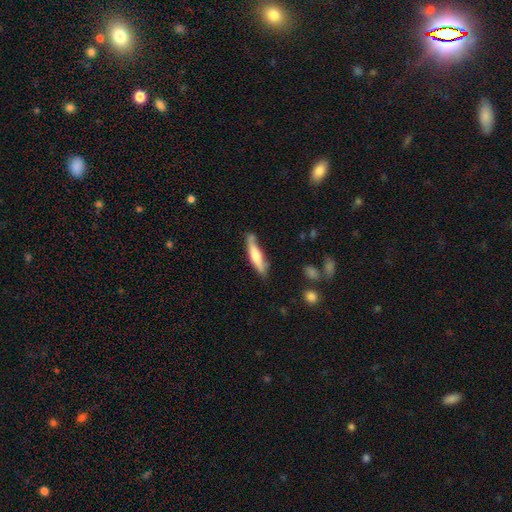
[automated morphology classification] smooth 60%, featured or disk 35%, star or artifact 5%. Down the decision tree: how rounded — cigar-shaped (82%); merging — none (69%).